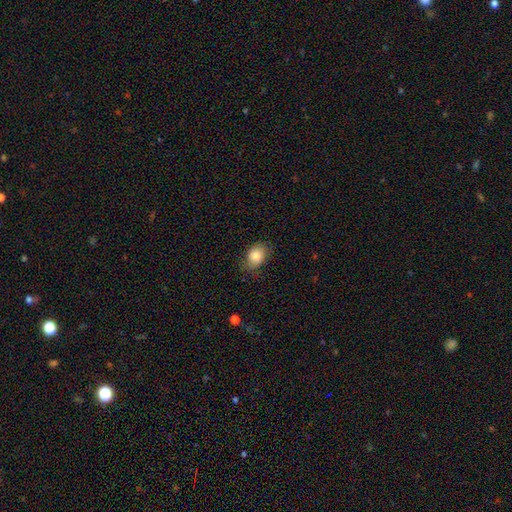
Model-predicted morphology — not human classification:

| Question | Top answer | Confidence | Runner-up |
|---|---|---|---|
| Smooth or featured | smooth | 83% | featured or disk (9%) |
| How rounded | in between | 67% | round (32%) |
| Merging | none | 71% | minor disturbance (22%) |